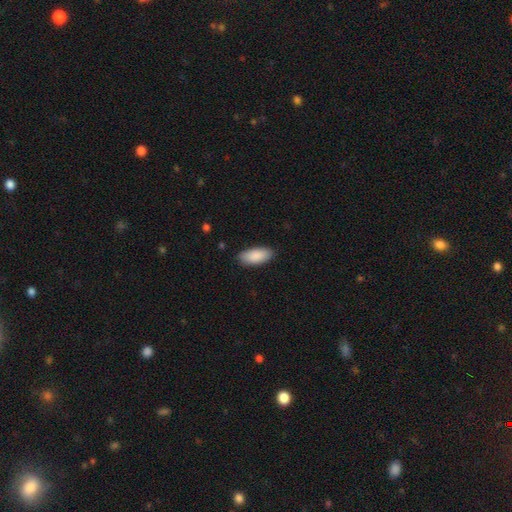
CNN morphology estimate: type=smooth (90%); roundness=in between (89%); merging=none (87%).